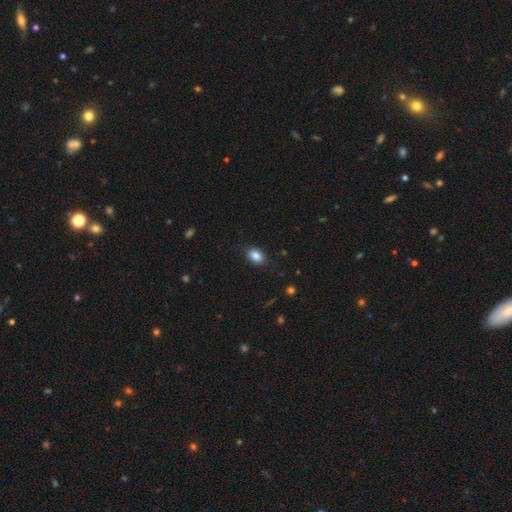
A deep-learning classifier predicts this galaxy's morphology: Overall: smooth (87%). How rounded: in between (82%). Merging: none (86%).